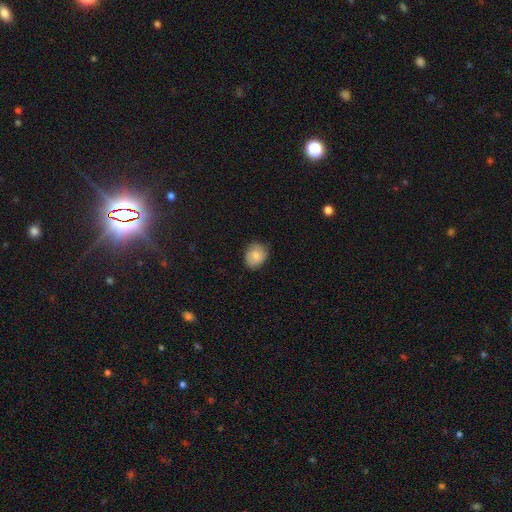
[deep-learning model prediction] The model was most divided on "how rounded": round: 66%, in between: 33%, cigar-shaped: 1%. More confident: merging — none (76%); smooth or featured — smooth (73%).